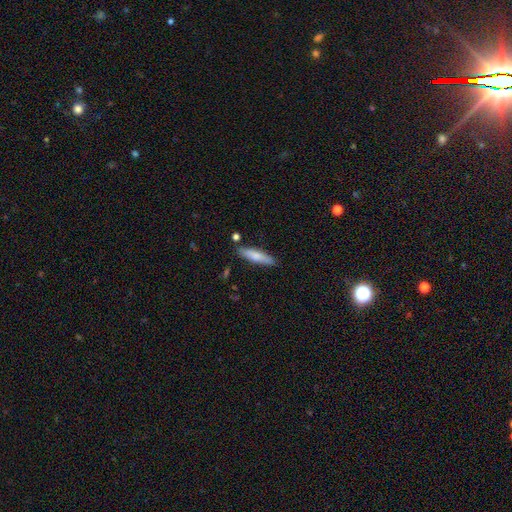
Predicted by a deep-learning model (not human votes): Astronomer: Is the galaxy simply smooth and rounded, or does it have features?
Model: smooth — 74%.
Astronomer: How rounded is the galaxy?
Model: cigar-shaped — 75%.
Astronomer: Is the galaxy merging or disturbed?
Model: none — 83%.